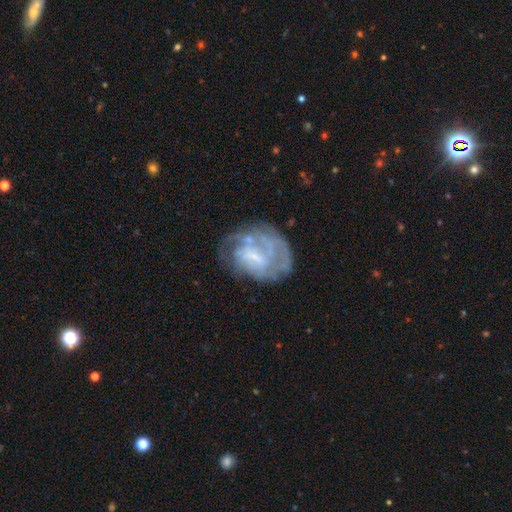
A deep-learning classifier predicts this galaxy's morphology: A featured or disk galaxy (67%) with a weak bar (45%), spiral arms (56%) and a small central bulge (44%).

Vote fractions:
- Smooth or featured? featured or disk: 67% / smooth: 24% / star or artifact: 9%
- Edge-on disk? no: 97% / yes: 3%
- Bar? weak: 45% / no: 40% / strong: 15%
- Spiral arms? yes: 56% / no: 44%
- Bulge size? small: 44% / none: 32% / moderate: 20% / large: 3% / dominant: 1%
- Merging? none: 49% / minor disturbance: 23% / major disturbance: 23% / merger: 5%